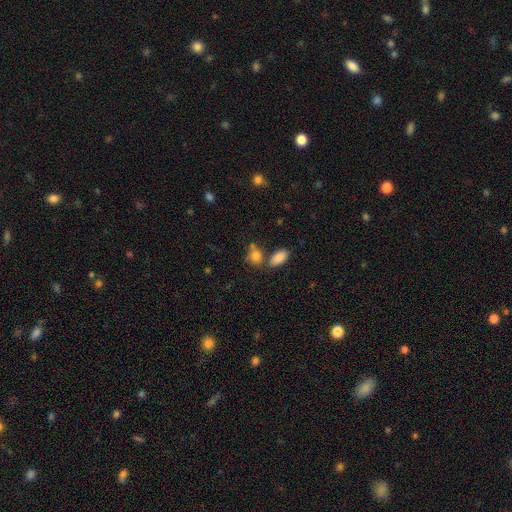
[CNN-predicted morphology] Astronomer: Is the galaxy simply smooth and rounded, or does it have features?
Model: smooth — 83%.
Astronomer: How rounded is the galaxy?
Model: in between — 62%.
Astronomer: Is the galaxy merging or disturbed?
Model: none — 54%.